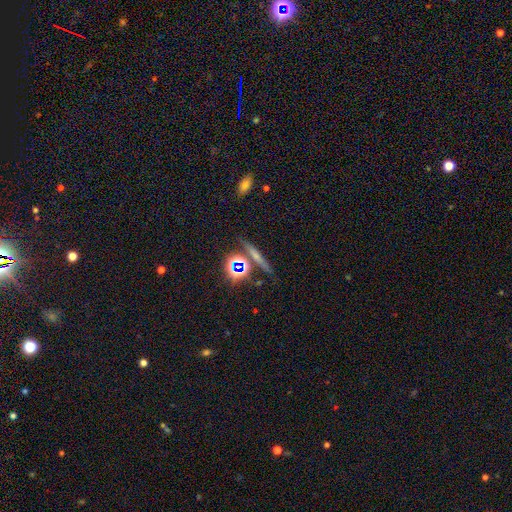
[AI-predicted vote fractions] Smooth or featured? Predicted: star or artifact (p=0.42).